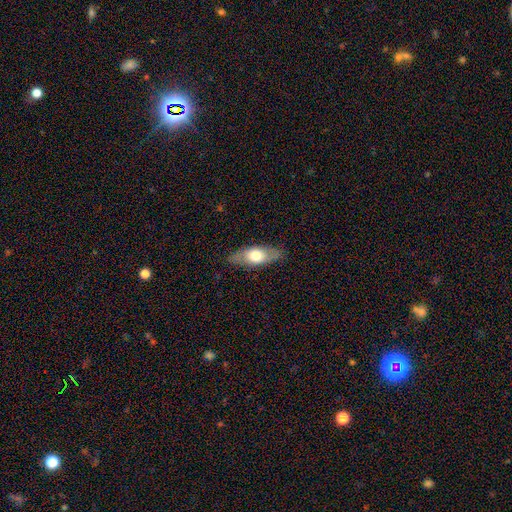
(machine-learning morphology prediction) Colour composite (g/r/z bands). It shows a smooth galaxy with no disk features (57%) that is in between round and cigar-shaped (78%). Merging: none (84%).